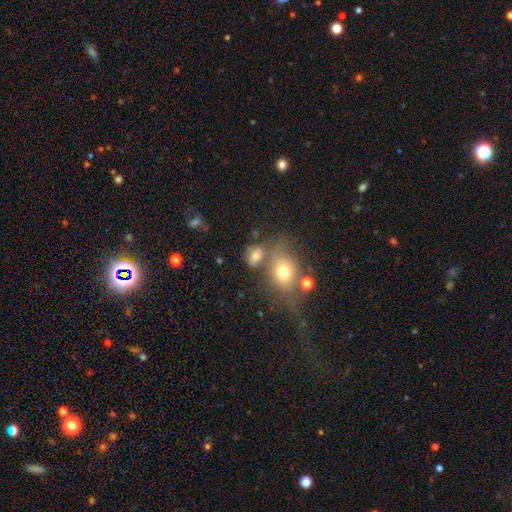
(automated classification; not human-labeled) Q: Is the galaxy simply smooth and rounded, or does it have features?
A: smooth — 70%.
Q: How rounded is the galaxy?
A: in between — 69%.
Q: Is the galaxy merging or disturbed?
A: none — 48%.